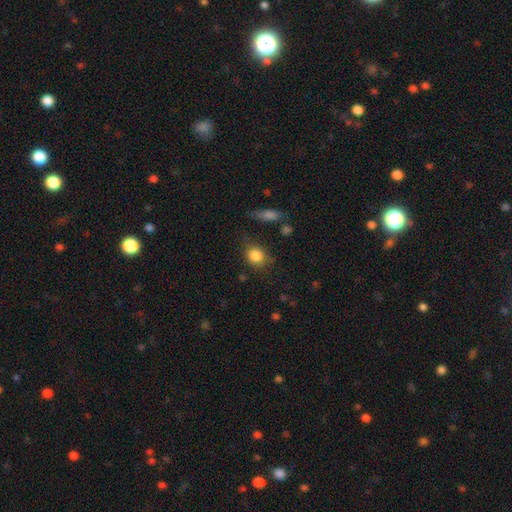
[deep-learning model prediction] This appears to be a smooth galaxy with no disk features (85%) that is round (70%). Merging: none (74%).